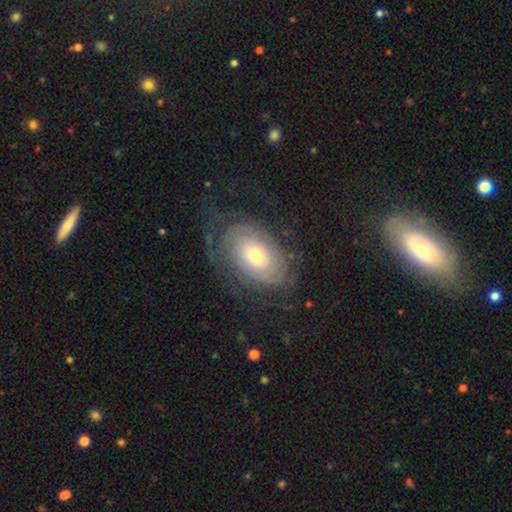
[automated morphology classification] Overall: featured or disk (70%). Edge-on disk: no (94%). Bar: no (81%). Spiral arms: yes (83%). Spiral arm count: can't tell (52%; 2 24%). Spiral winding: tight (68%). Bulge size: moderate (58%; small 32%). Merging: none (66%).